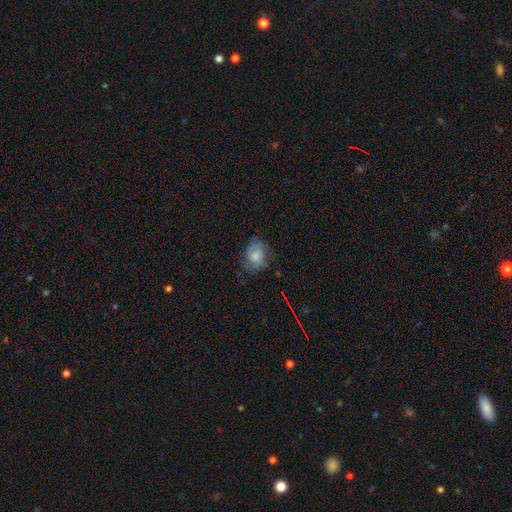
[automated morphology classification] smooth-or-featured: smooth: 63% | featured or disk: 28% | star or artifact: 9%
  how-rounded: in between: 62% | round: 37% | cigar-shaped: 1%
  merging: none: 62% | minor disturbance: 26% | major disturbance: 11% | merger: 1%